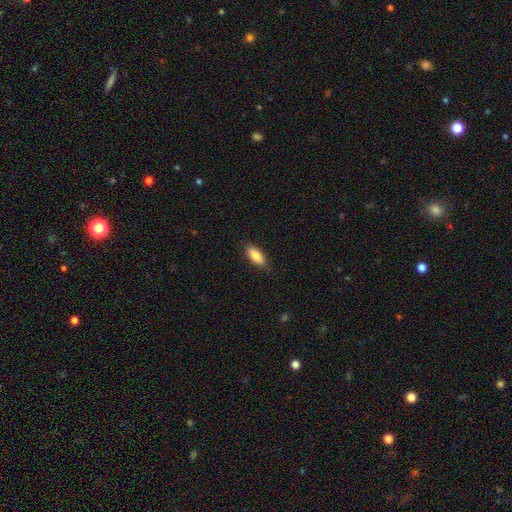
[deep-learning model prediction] Smooth or featured?
  - smooth: 84% *
  - featured or disk: 10%
  - star or artifact: 6%
How rounded?
  - in between: 84% *
  - cigar-shaped: 14%
  - round: 2%
Merging?
  - none: 83% *
  - minor disturbance: 13%
  - major disturbance: 2%
  - merger: 1%